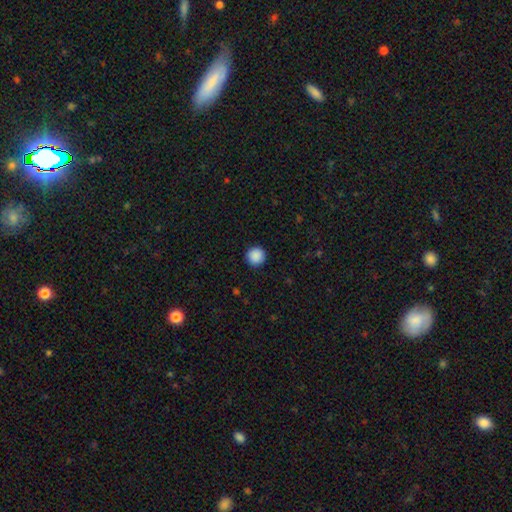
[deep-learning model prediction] Q: Smooth or featured?
A: smooth (90%); runner-up: star or artifact (8%)
Q: How rounded?
A: round (96%); runner-up: in between (3%)
Q: Merging?
A: none (93%); runner-up: minor disturbance (5%)